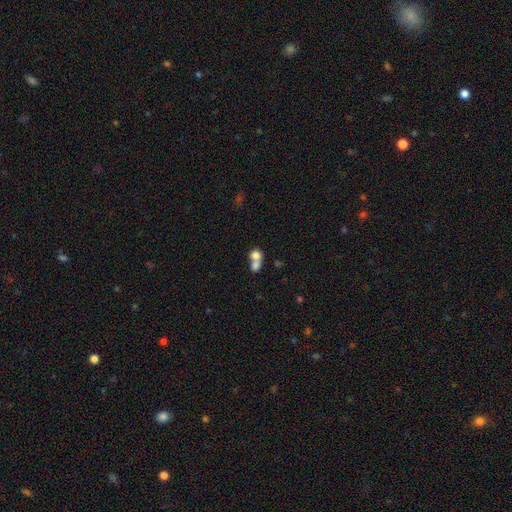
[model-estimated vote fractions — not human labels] This appears to be a smooth galaxy with no disk features (73%) that is round (65%). Merging: merger (69%).